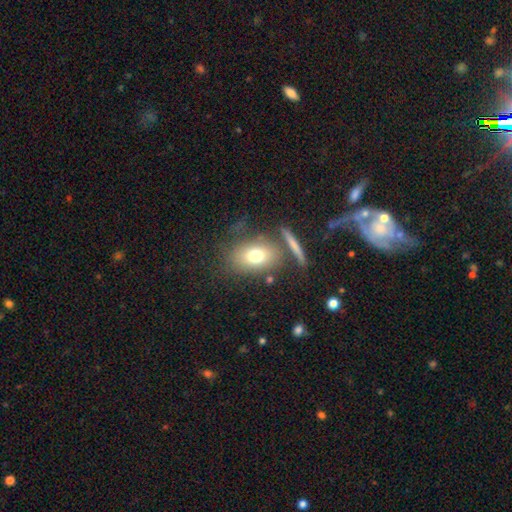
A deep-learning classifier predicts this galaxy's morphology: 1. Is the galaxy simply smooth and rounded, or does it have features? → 72% smooth, 18% featured or disk, 10% star or artifact.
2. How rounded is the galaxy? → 70% in between, 26% round, 3% cigar-shaped.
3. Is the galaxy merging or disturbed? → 67% none, 14% minor disturbance, 11% merger, 8% major disturbance.